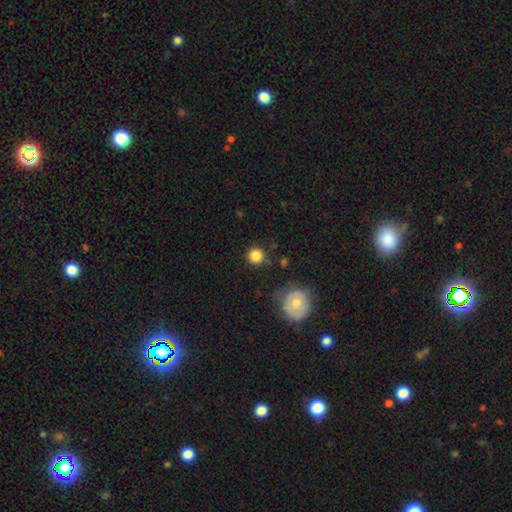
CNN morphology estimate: Smooth or featured: smooth — 85% (star or artifact — 10%)
How rounded: round — 94% (in between — 5%)
Merging: none — 85% (minor disturbance — 9%)